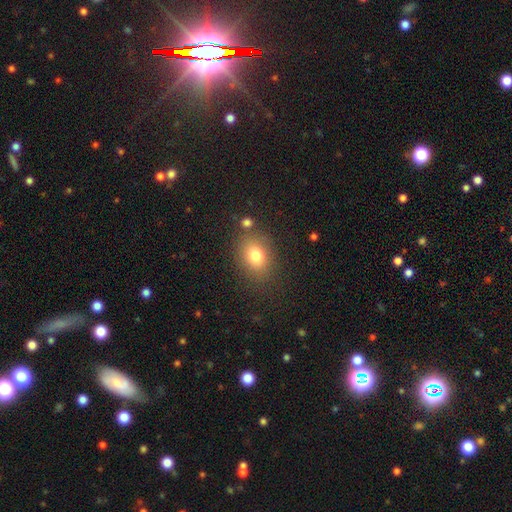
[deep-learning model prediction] The model was most divided on "how rounded": in between: 62%, round: 37%, cigar-shaped: 1%. More confident: smooth or featured — smooth (78%); merging — none (78%).